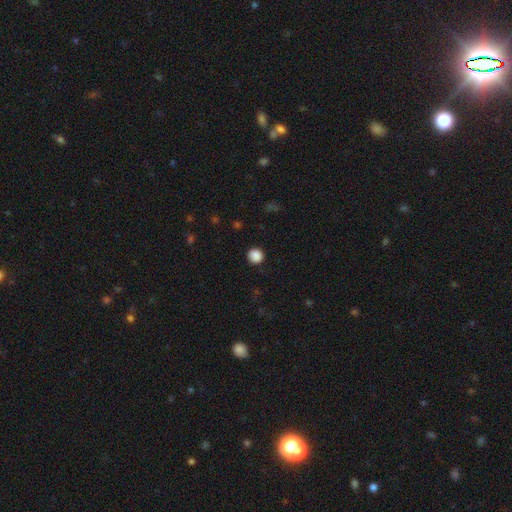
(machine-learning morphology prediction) This appears to be a smooth galaxy with no disk features (88%) that is round (90%). Merging: none (90%).